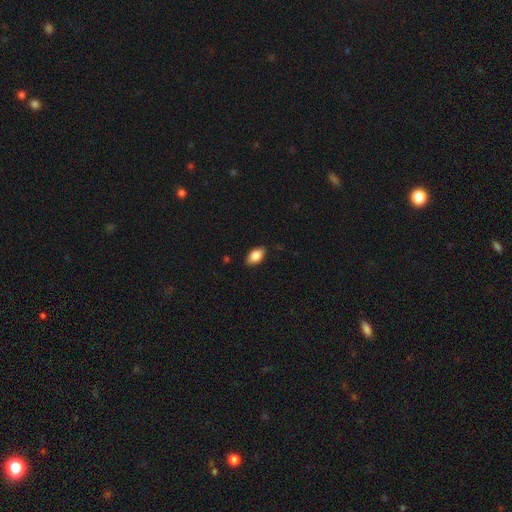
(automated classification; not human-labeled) Smooth or featured?
  - smooth: 82% *
  - featured or disk: 11%
  - star or artifact: 7%
How rounded?
  - in between: 91% *
  - round: 5%
  - cigar-shaped: 4%
Merging?
  - none: 84% *
  - minor disturbance: 13%
  - major disturbance: 2%
  - merger: 1%